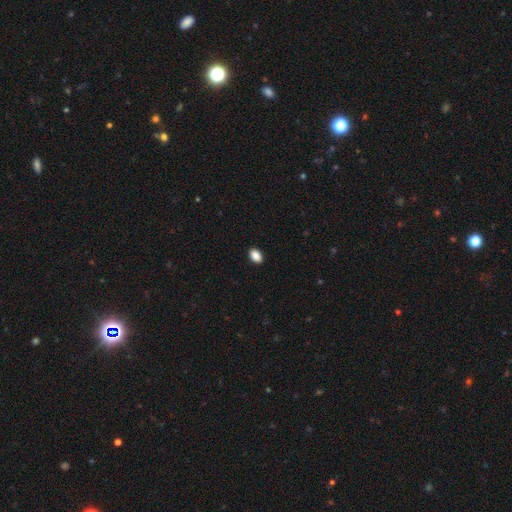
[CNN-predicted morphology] A smooth galaxy with no disk features (88%) that is in between round and cigar-shaped (86%).

Vote fractions:
- Smooth or featured? smooth: 88% / star or artifact: 8% / featured or disk: 3%
- How rounded? in between: 86% / round: 12% / cigar-shaped: 1%
- Merging? none: 91% / minor disturbance: 7% / major disturbance: 2% / merger: 1%